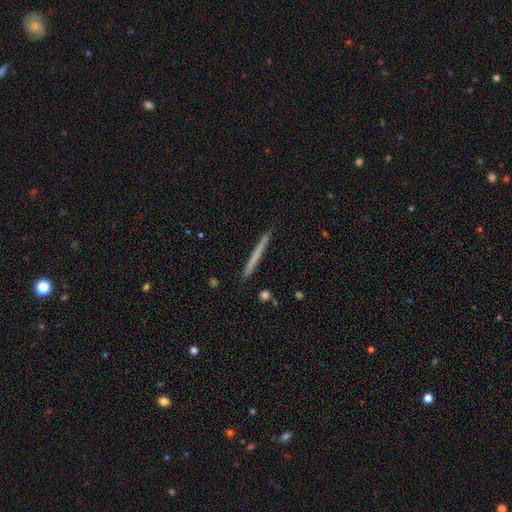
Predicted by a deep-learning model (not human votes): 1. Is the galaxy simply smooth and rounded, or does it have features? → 58% smooth, 36% featured or disk, 6% star or artifact.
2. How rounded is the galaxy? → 97% cigar-shaped, 1% in between, 1% round.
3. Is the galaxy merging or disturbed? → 91% none, 7% minor disturbance, 1% merger, 1% major disturbance.